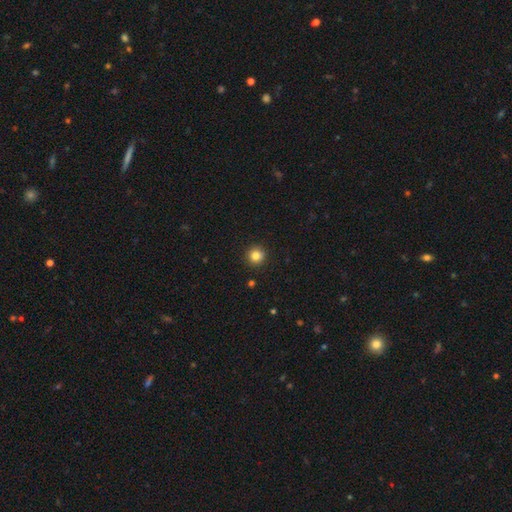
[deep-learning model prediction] Smooth or featured: smooth — 83% (star or artifact — 11%)
How rounded: round — 95% (in between — 4%)
Merging: none — 93% (minor disturbance — 5%)